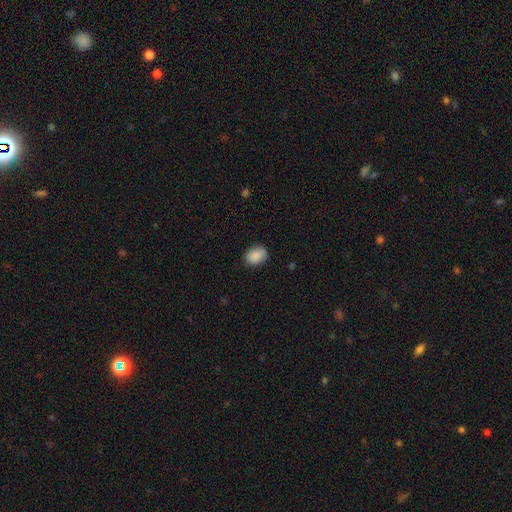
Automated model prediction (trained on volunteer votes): smooth-or-featured: smooth: 88% | star or artifact: 7% | featured or disk: 5%
  how-rounded: in between: 70% | round: 29% | cigar-shaped: 1%
  merging: none: 81% | minor disturbance: 15% | major disturbance: 3% | merger: 1%